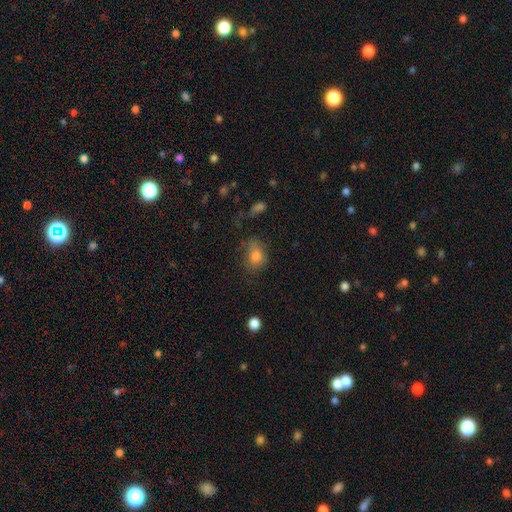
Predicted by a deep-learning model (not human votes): smooth 78%, star or artifact 11%, featured or disk 11%. Down the decision tree: how rounded — in between (55%); merging — none (56%).